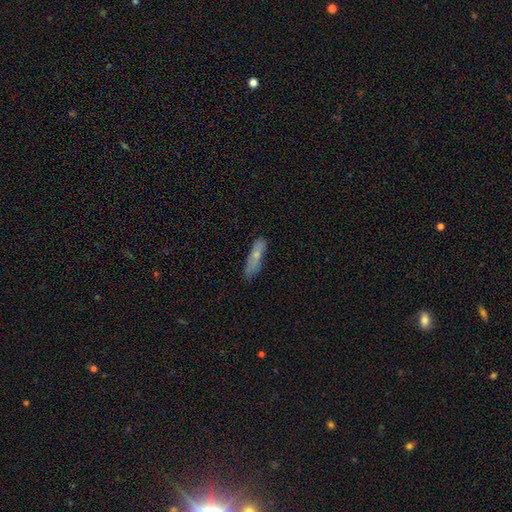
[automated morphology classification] Smooth or featured?
  - smooth: 63% *
  - featured or disk: 29%
  - star or artifact: 7%
How rounded?
  - cigar-shaped: 70% *
  - in between: 28%
  - round: 2%
Merging?
  - none: 71% *
  - minor disturbance: 21%
  - major disturbance: 5%
  - merger: 2%